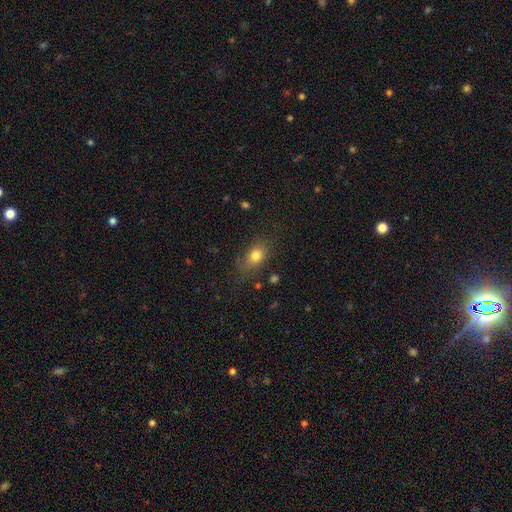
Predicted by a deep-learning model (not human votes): Morphology: type=smooth (78%); roundness=in between (76%); merging=none (69%).